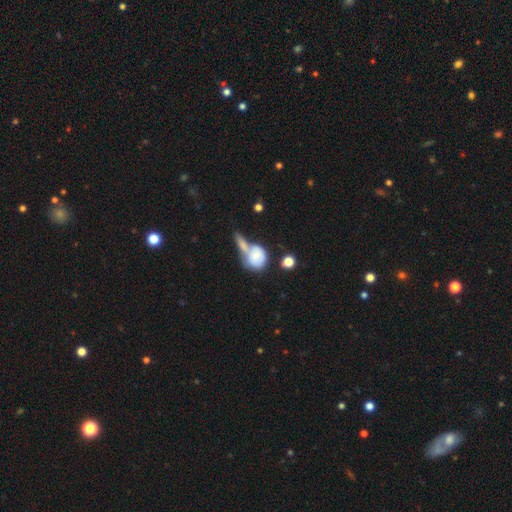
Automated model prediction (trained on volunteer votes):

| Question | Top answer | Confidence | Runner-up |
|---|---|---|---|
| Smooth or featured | smooth | 67% | featured or disk (26%) |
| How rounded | round | 69% | in between (29%) |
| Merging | merger | 54% | none (21%) |